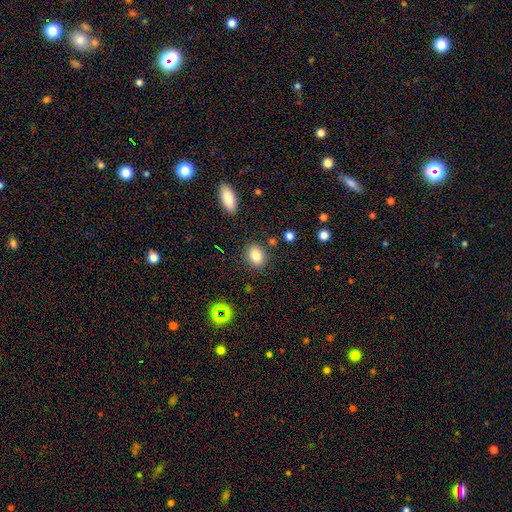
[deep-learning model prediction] Smooth or featured? smooth (82%)
How rounded? in between (63%)
Merging? none (85%)